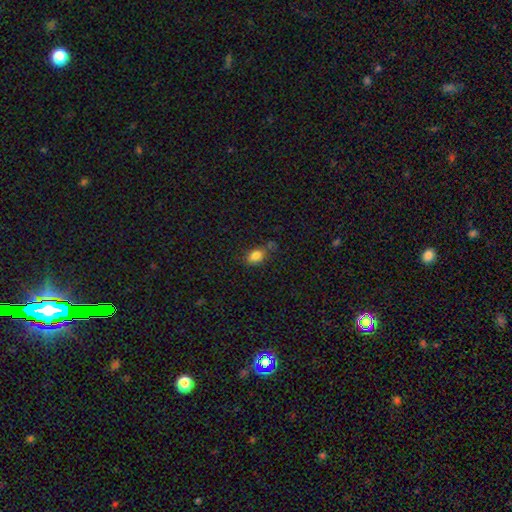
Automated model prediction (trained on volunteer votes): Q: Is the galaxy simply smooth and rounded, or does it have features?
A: smooth — 83%.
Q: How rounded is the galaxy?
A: in between — 77%.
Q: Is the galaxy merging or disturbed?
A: none — 59%.